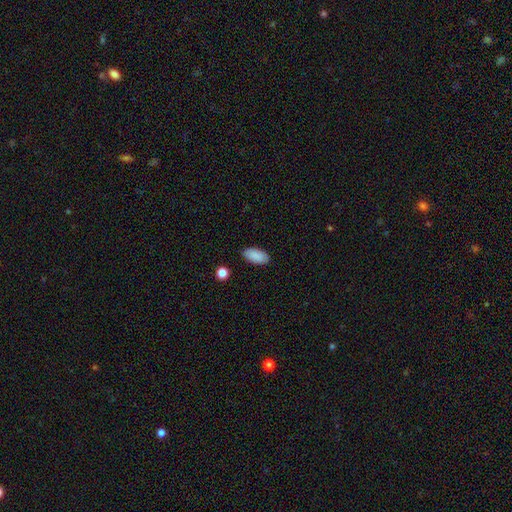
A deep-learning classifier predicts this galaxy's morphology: Q: Smooth or featured?
A: smooth (89%); runner-up: star or artifact (7%)
Q: How rounded?
A: in between (93%); runner-up: cigar-shaped (4%)
Q: Merging?
A: none (87%); runner-up: minor disturbance (10%)